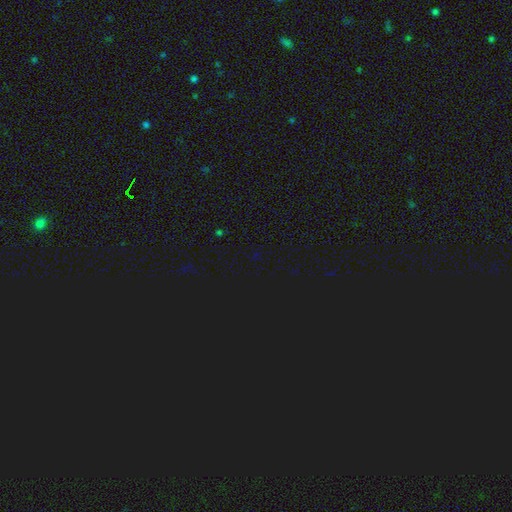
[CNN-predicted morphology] smooth_or_featured: star or artifact (p=0.77) [alt: smooth p=0.17]